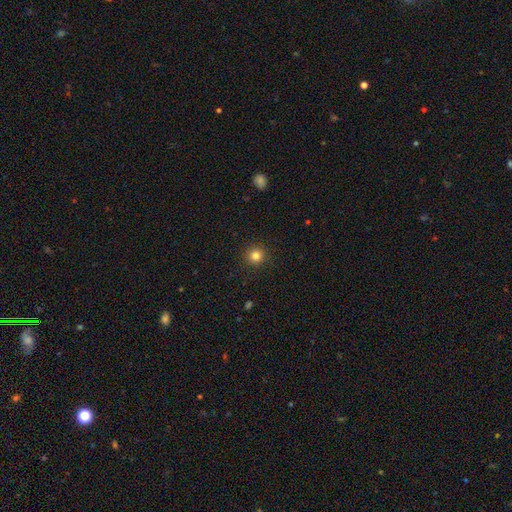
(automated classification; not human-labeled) Smooth or featured: smooth — 82% (star or artifact — 13%)
How rounded: round — 95% (in between — 4%)
Merging: none — 92% (minor disturbance — 5%)